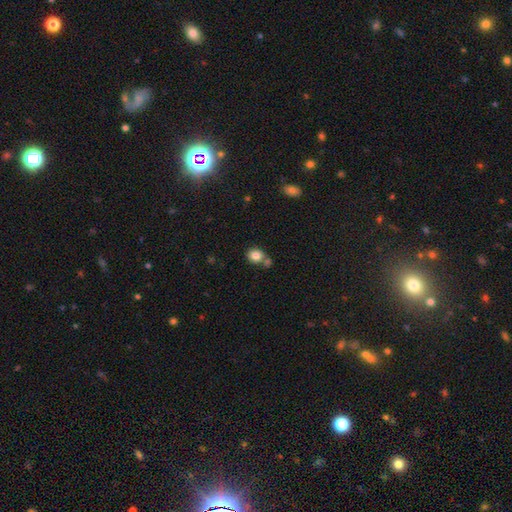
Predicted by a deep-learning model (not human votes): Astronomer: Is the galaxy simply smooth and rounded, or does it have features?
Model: smooth — 84%.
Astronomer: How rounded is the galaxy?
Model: round — 72%.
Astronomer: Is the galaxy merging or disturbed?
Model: none — 57%.